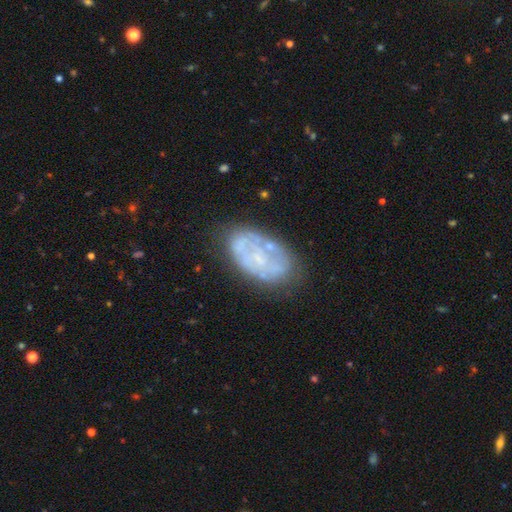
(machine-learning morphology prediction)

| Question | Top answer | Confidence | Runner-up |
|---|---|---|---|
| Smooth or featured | featured or disk | 60% | smooth (30%) |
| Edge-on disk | no | 96% | yes (4%) |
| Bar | no | 86% | weak (11%) |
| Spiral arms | no | 76% | yes (24%) |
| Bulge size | none | 43% | small (39%) |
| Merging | none | 65% | minor disturbance (20%) |